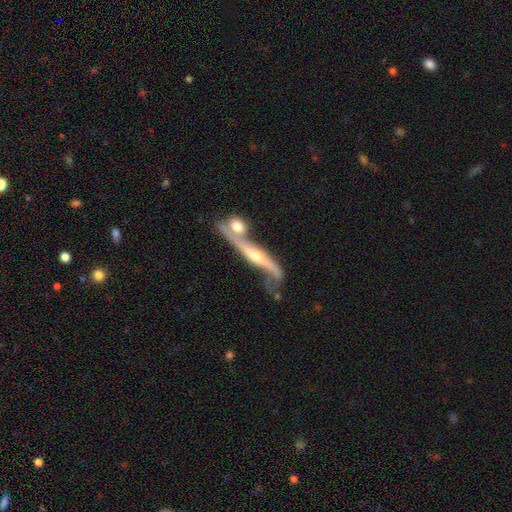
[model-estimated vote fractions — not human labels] smooth-or-featured: featured or disk: 81% | smooth: 11% | star or artifact: 7%
  disk-edge-on: yes: 68% | no: 32%
    edge-on-bulge: rounded: 82% | none: 12% | boxy: 6%
  merging: none: 39% | merger: 34% | minor disturbance: 16% | major disturbance: 10%